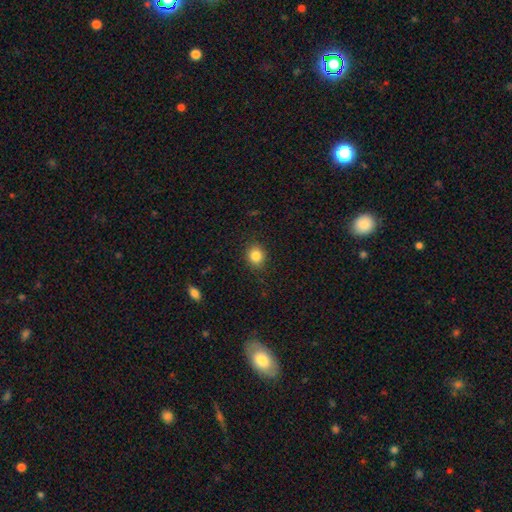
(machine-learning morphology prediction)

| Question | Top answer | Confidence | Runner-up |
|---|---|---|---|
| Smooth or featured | smooth | 85% | star or artifact (11%) |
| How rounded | round | 75% | in between (24%) |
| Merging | none | 87% | minor disturbance (9%) |